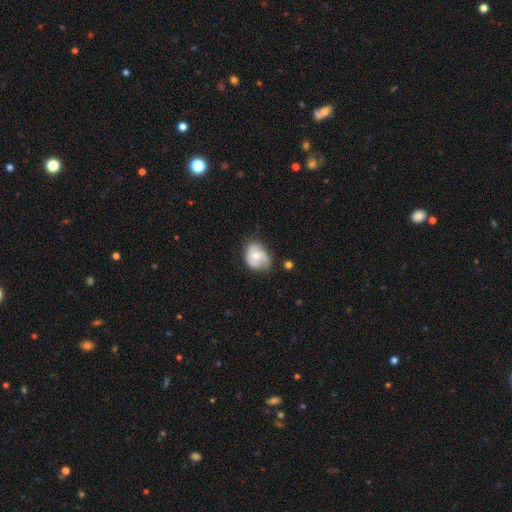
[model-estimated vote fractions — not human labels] A featured or disk galaxy (55%) with no bar (70%), spiral arms (76%) and a moderate central bulge (66%).

Vote fractions:
- Smooth or featured? featured or disk: 55% / smooth: 39% / star or artifact: 7%
- Edge-on disk? no: 97% / yes: 3%
- Bar? no: 70% / weak: 25% / strong: 5%
- Spiral arms? yes: 76% / no: 24%
- Bulge size? moderate: 66% / small: 29% / large: 3% / none: 1% / dominant: 1%
- Merging? none: 57% / minor disturbance: 32% / major disturbance: 9% / merger: 2%